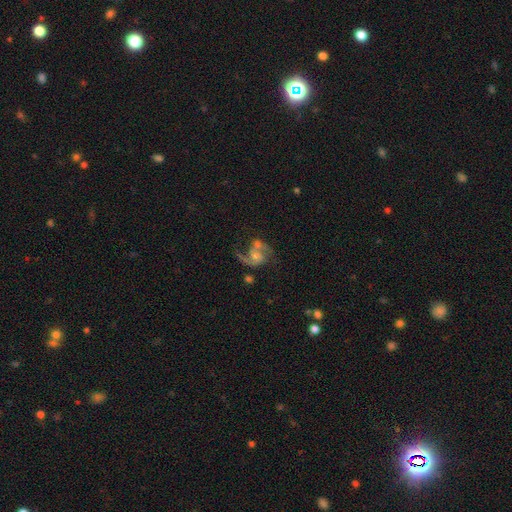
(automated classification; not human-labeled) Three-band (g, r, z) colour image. It shows a featured or disk galaxy (86%) with no bar (59%), 2 (85%) medium (49%) spiral arms (96%) and a small central bulge (46%). Merging: none (48%).